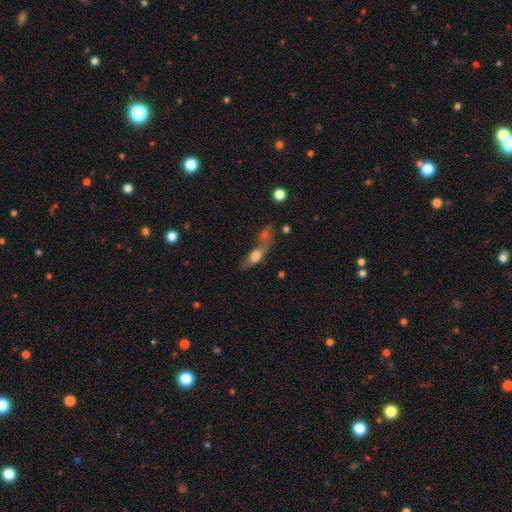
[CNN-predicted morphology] smooth 57%, featured or disk 32%, star or artifact 11%. Down the decision tree: how rounded — in between (57%); merging — merger (42%).